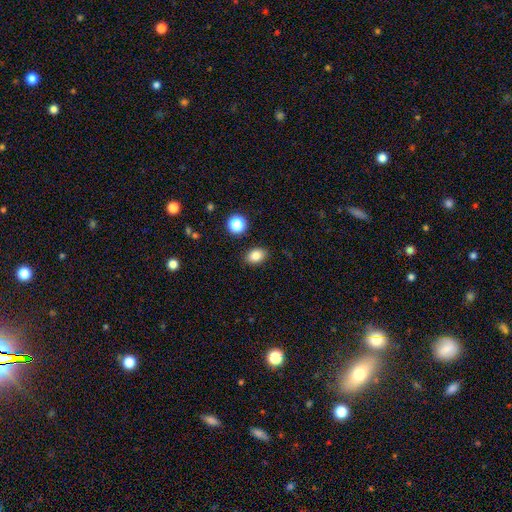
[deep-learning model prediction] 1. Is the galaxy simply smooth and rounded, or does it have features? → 83% smooth, 11% star or artifact, 6% featured or disk.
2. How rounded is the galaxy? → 74% in between, 25% round, 1% cigar-shaped.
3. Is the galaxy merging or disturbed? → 86% none, 9% minor disturbance, 3% major disturbance, 2% merger.